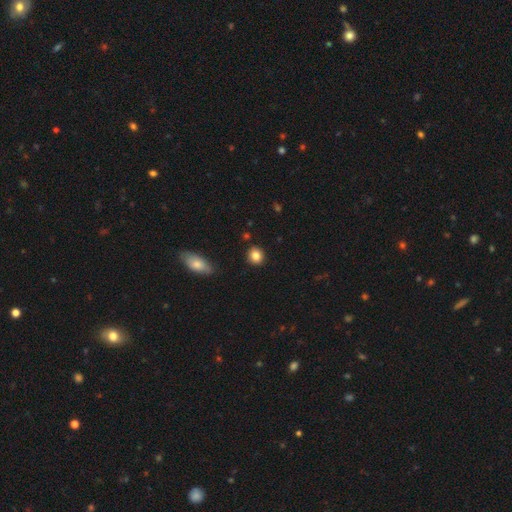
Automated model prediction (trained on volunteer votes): smooth-or-featured: smooth: 85% | star or artifact: 9% | featured or disk: 6%
  how-rounded: round: 81% | in between: 18% | cigar-shaped: 1%
  merging: none: 89% | minor disturbance: 7% | merger: 2% | major disturbance: 2%